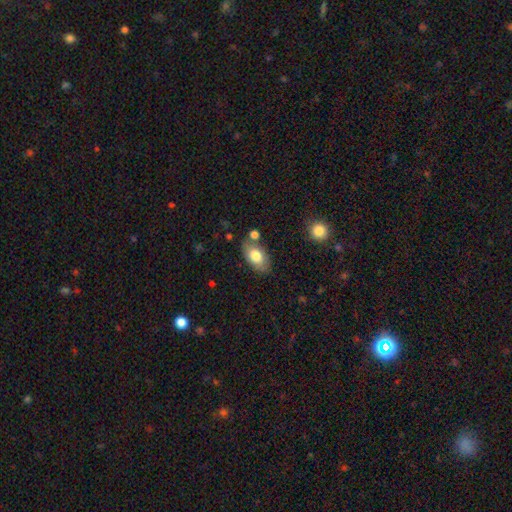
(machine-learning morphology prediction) type=smooth (76%); roundness=in between (92%); merging=none (72%).